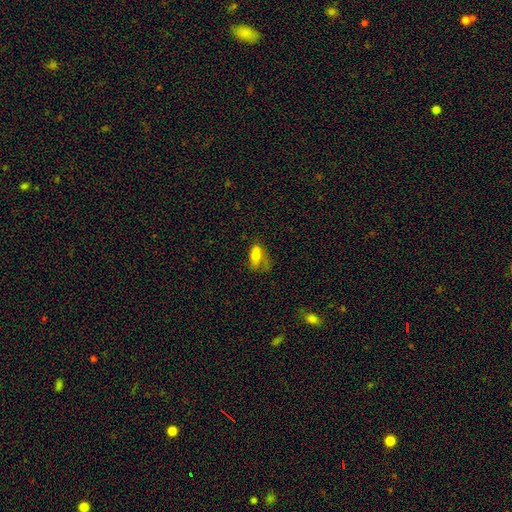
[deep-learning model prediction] smooth_or_featured: smooth (p=0.67) [alt: featured or disk p=0.22]
how_rounded: in between (p=0.81) [alt: round p=0.11]
merging: major disturbance (p=0.29) [alt: none p=0.26]